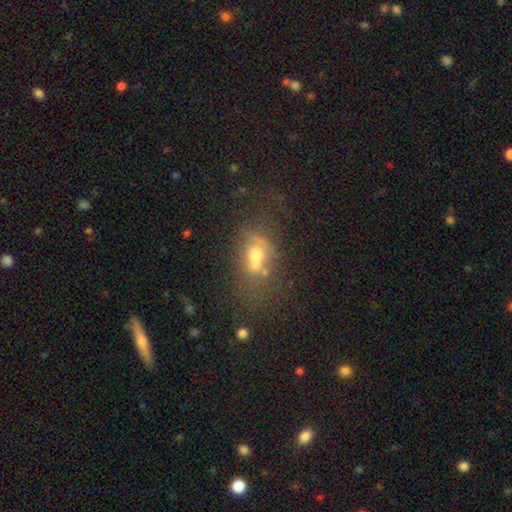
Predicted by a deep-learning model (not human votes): Smooth or featured?
  - smooth: 48% *
  - featured or disk: 34%
  - star or artifact: 18%
Merging?
  - merger: 35% *
  - none: 30%
  - major disturbance: 18%
  - minor disturbance: 16%